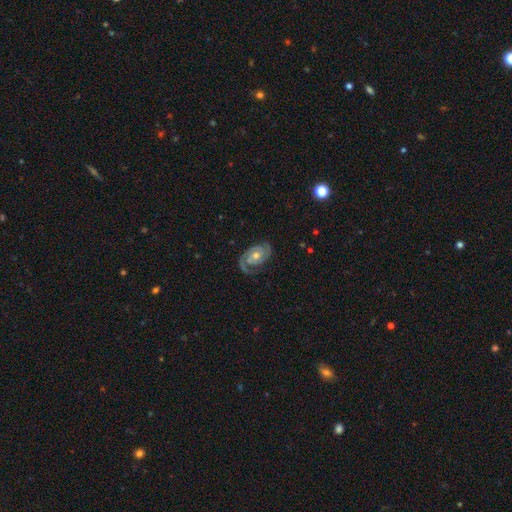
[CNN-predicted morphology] type=featured or disk (89%); edge-on=no (97%); bar=no (68%); spiral arms=yes (97%); winding=tight (56%); arm count=2 (89%); bulge=moderate (62%); merging=none (80%).